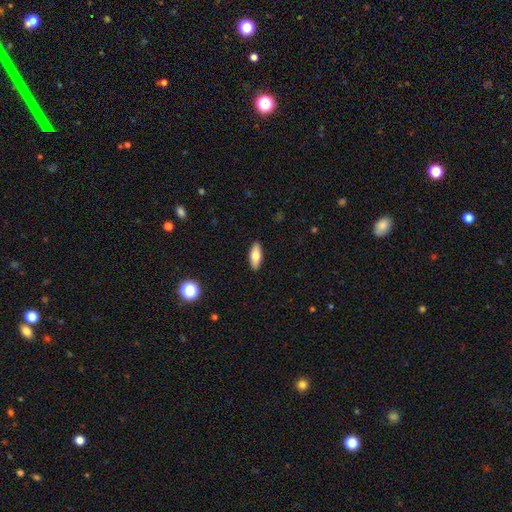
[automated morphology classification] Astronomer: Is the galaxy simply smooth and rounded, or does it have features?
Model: smooth — 74%.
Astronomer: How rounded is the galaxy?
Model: in between — 74%.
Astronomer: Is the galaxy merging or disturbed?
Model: none — 90%.